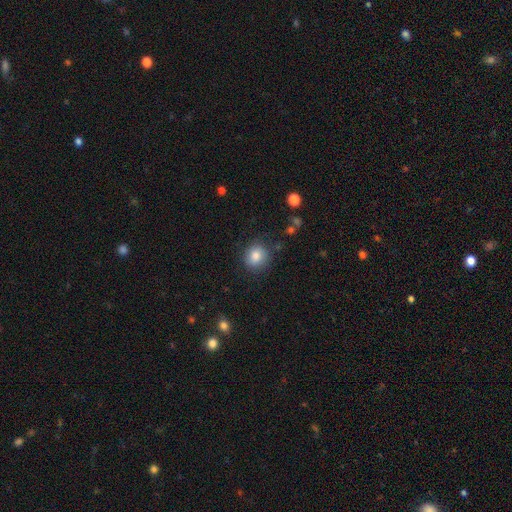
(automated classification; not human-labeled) smooth 83%, star or artifact 10%, featured or disk 7%. Down the decision tree: how rounded — round (80%); merging — none (84%).